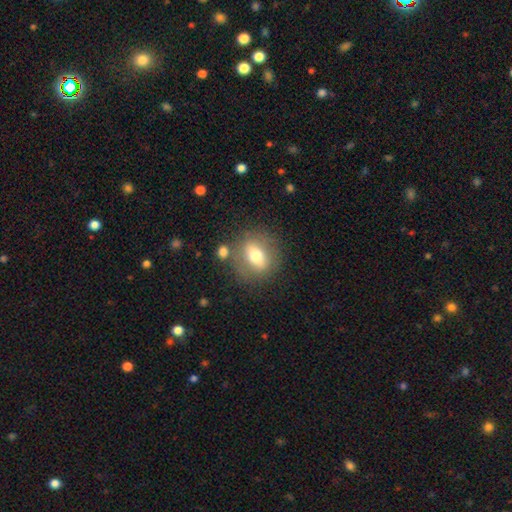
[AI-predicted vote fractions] Smooth or featured? Predicted: smooth (p=0.58). How rounded? Predicted: round (p=0.52). Merging? Predicted: none (p=0.79).